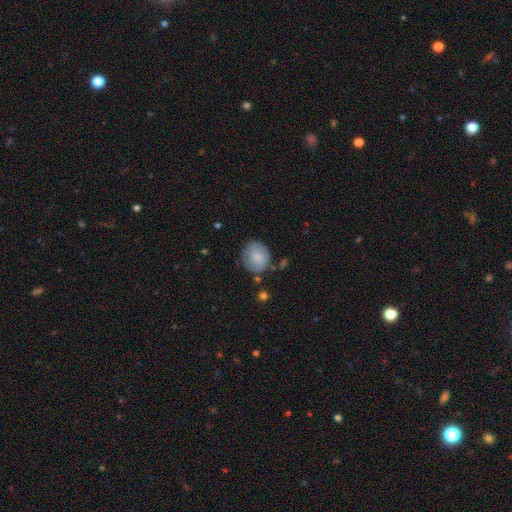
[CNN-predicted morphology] smooth 79%, featured or disk 14%, star or artifact 7%. Down the decision tree: how rounded — round (70%); merging — none (71%).